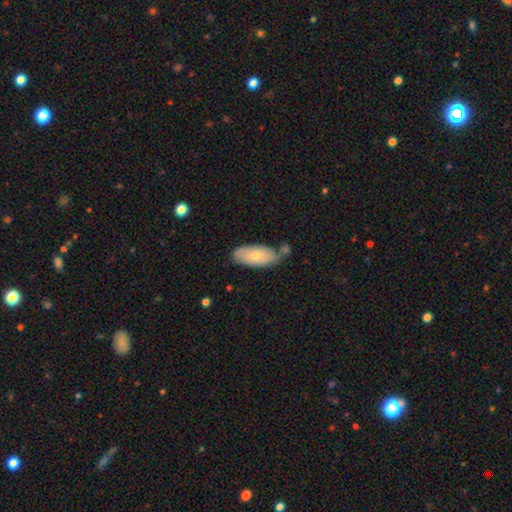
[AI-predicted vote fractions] A smooth galaxy with no disk features (71%) that is in between round and cigar-shaped (87%).

Vote fractions:
- Smooth or featured? smooth: 71% / featured or disk: 23% / star or artifact: 6%
- How rounded? in between: 87% / cigar-shaped: 11% / round: 2%
- Merging? none: 61% / minor disturbance: 22% / merger: 12% / major disturbance: 5%